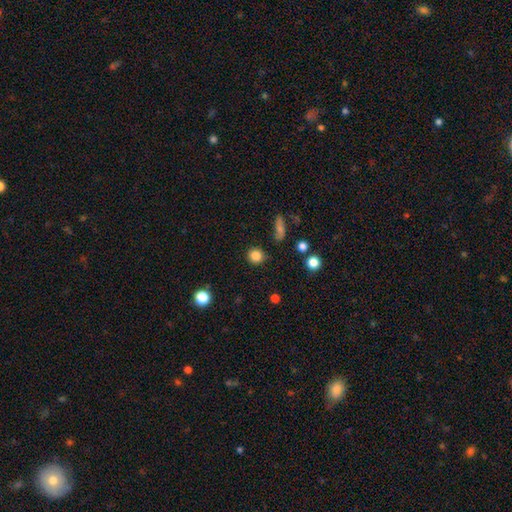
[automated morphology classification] type=smooth (84%); roundness=round (91%); merging=none (84%).